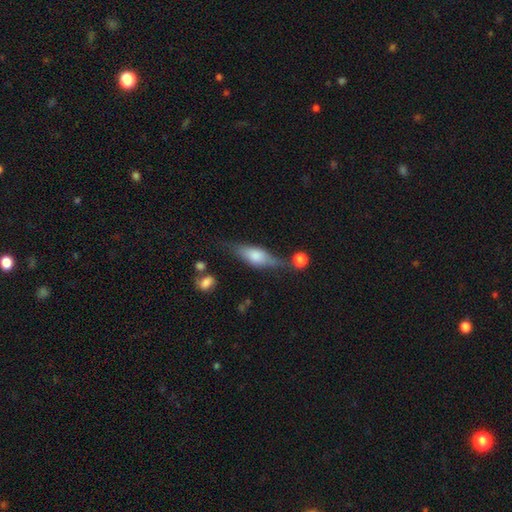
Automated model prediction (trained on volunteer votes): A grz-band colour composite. It shows a smooth galaxy with no disk features (49%). Merging: none (57%).